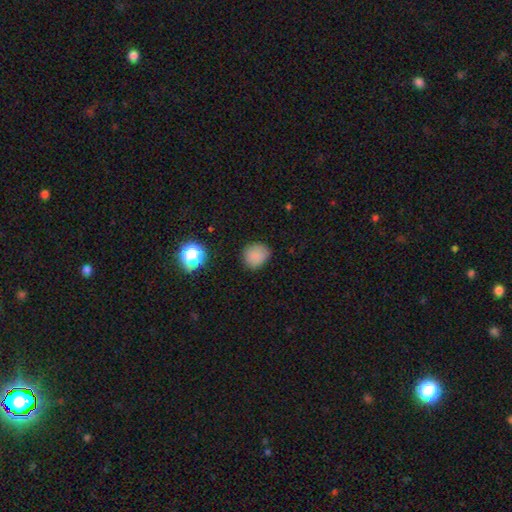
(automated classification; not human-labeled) Smooth or featured: smooth — 82% (star or artifact — 13%)
How rounded: round — 82% (in between — 17%)
Merging: none — 84% (minor disturbance — 12%)